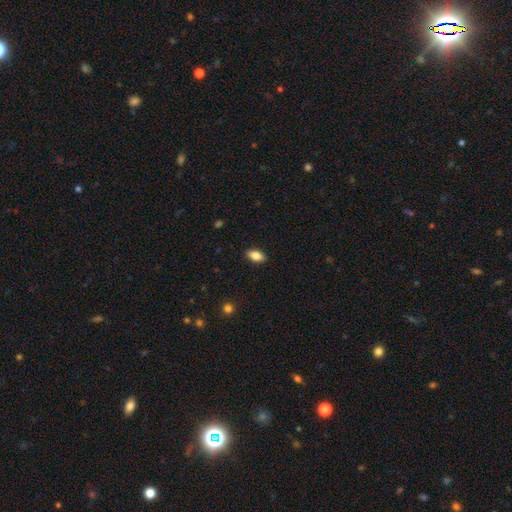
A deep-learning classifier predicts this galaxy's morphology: Q: Smooth or featured?
A: smooth (84%); runner-up: featured or disk (8%)
Q: How rounded?
A: in between (91%); runner-up: round (5%)
Q: Merging?
A: none (89%); runner-up: minor disturbance (8%)